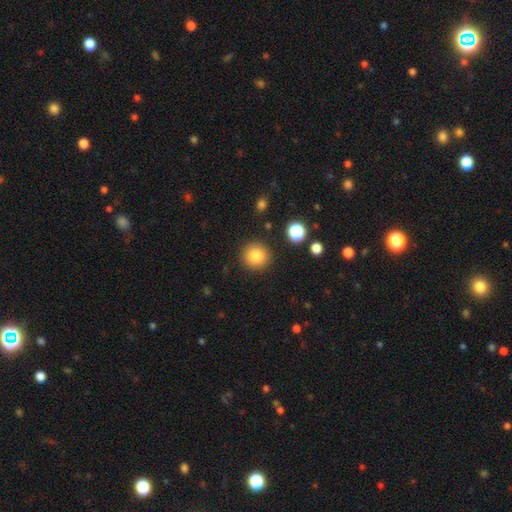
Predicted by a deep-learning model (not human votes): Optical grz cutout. It shows a smooth galaxy with no disk features (83%) that is round (94%). Merging: none (90%).